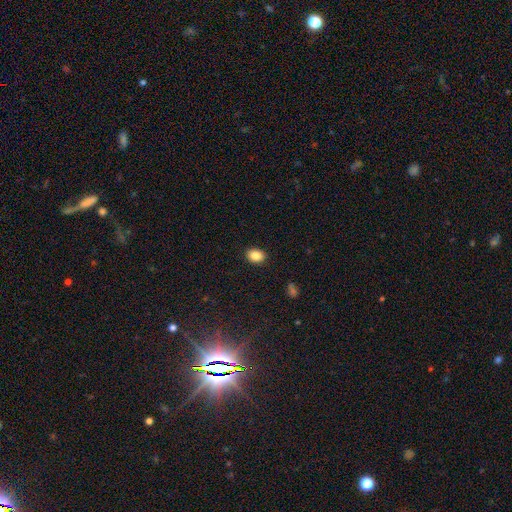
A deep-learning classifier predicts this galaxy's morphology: smooth_or_featured: smooth (p=0.88) [alt: star or artifact p=0.09]
how_rounded: in between (p=0.68) [alt: round p=0.32]
merging: none (p=0.89) [alt: minor disturbance p=0.08]